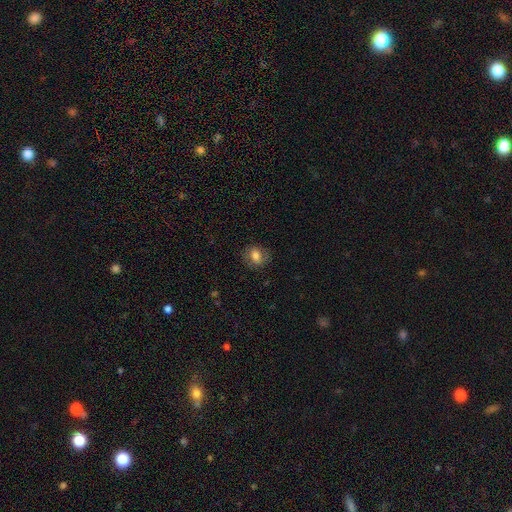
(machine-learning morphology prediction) smooth_or_featured: smooth (p=0.77) [alt: featured or disk p=0.14]
how_rounded: round (p=0.52) [alt: in between p=0.47]
merging: none (p=0.79) [alt: minor disturbance p=0.15]